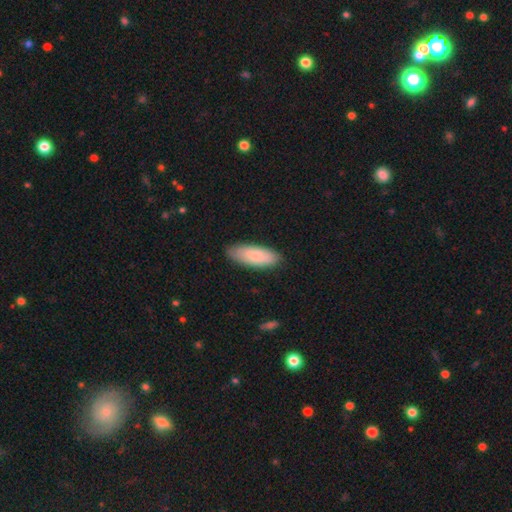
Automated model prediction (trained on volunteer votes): smooth 83%, featured or disk 12%, star or artifact 5%. Down the decision tree: how rounded — in between (71%); merging — none (84%).